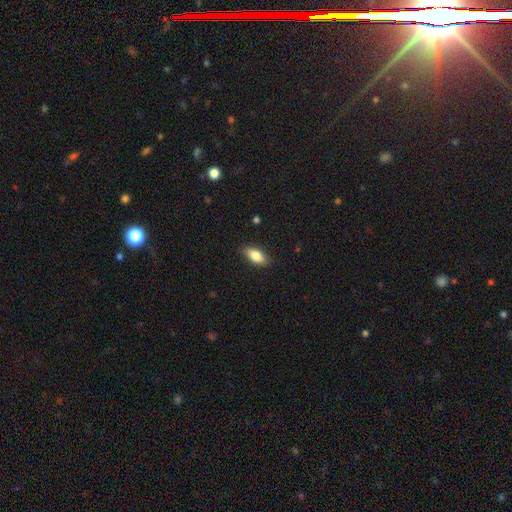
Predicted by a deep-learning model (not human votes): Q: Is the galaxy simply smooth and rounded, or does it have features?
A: smooth — 83%.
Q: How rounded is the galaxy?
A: in between — 88%.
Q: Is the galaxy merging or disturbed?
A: none — 87%.